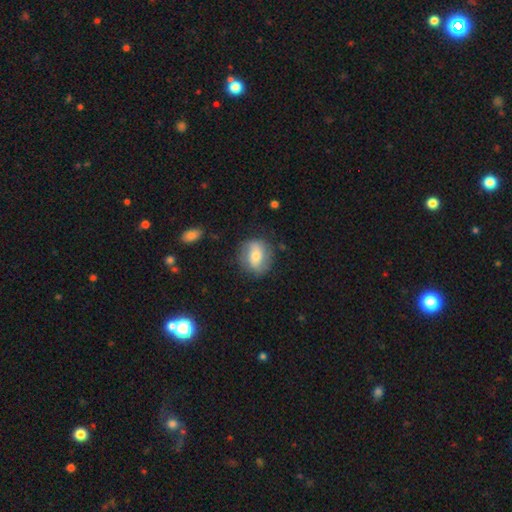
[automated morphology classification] Smooth or featured?
  - smooth: 53% *
  - featured or disk: 40%
  - star or artifact: 7%
How rounded?
  - round: 55% *
  - in between: 43%
  - cigar-shaped: 2%
Merging?
  - none: 76% *
  - minor disturbance: 16%
  - major disturbance: 6%
  - merger: 2%